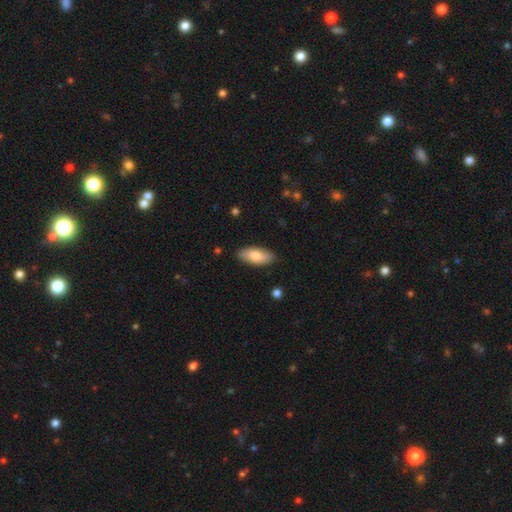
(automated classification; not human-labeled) A smooth galaxy with no disk features (80%) that is in between round and cigar-shaped (85%). Merging: none (87%).